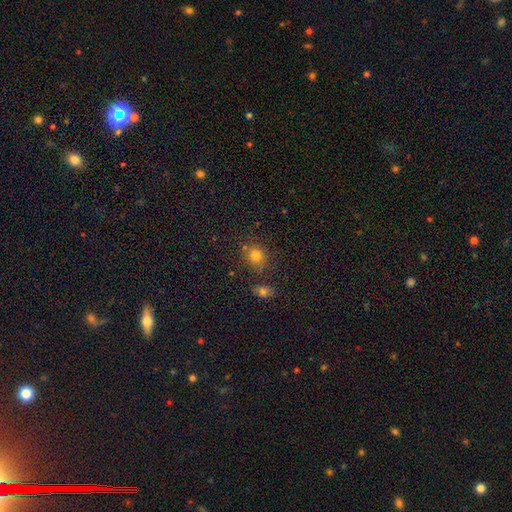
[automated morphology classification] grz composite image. It shows a smooth galaxy with no disk features (79%) that is round (75%). Merging: none (71%).